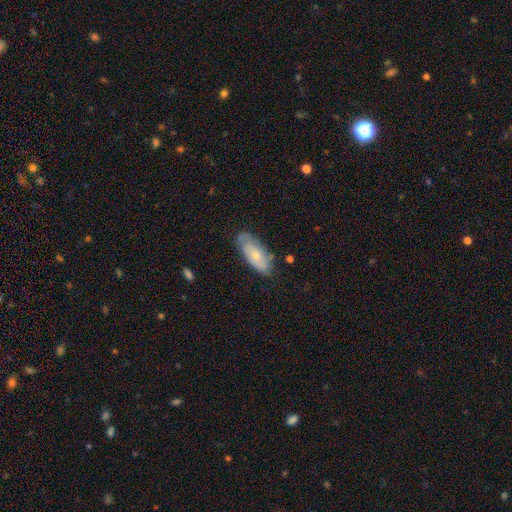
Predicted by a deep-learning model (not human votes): Overall: smooth (54%; featured or disk 40%). How rounded: in between (84%). Merging: none (67%).